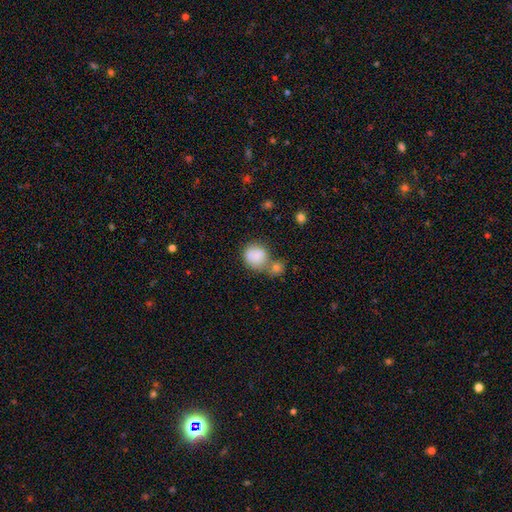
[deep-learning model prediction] Smooth or featured?
  - smooth: 82% *
  - featured or disk: 10%
  - star or artifact: 8%
How rounded?
  - round: 75% *
  - in between: 24%
  - cigar-shaped: 1%
Merging?
  - none: 40% *
  - merger: 38%
  - minor disturbance: 15%
  - major disturbance: 7%